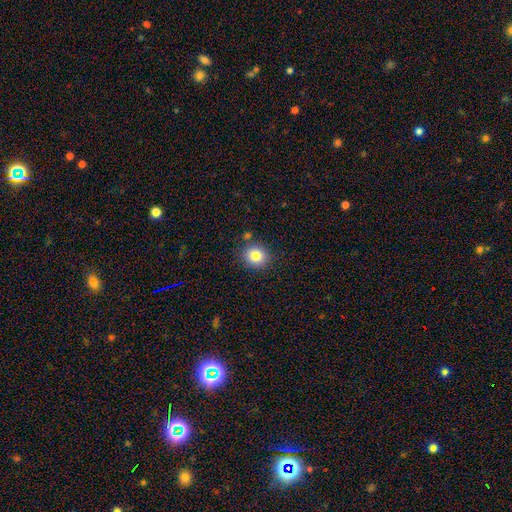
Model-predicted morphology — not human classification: The model was most divided on "how rounded": round: 82%, in between: 17%, cigar-shaped: 1%. More confident: merging — none (84%); smooth or featured — smooth (82%).